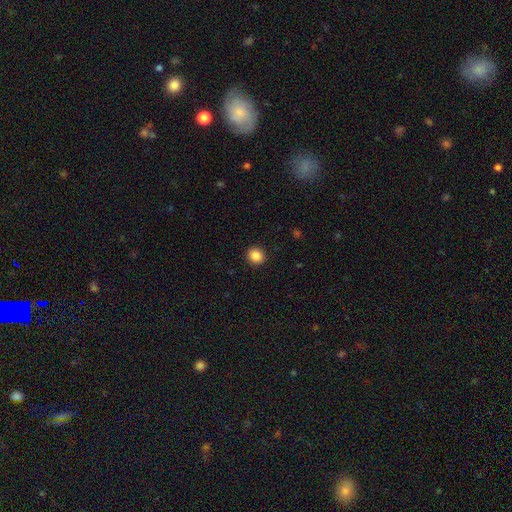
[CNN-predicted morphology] This is clearly a smooth galaxy (87%). How rounded: clearly round (88%). Merging: clearly none (92%).